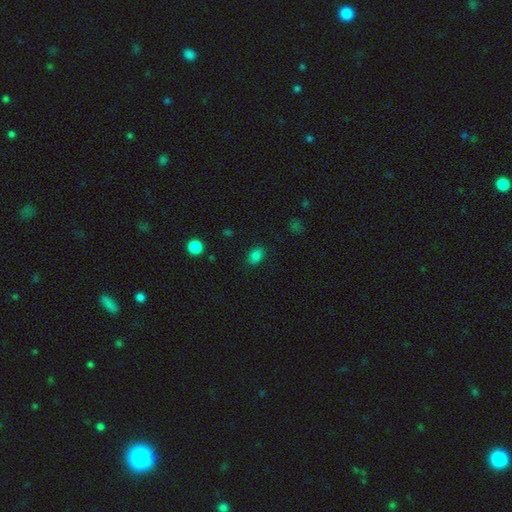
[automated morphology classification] type=smooth (82%); roundness=in between (66%); merging=none (85%).